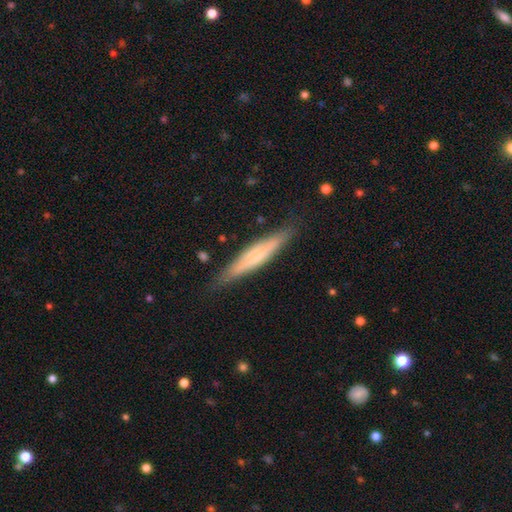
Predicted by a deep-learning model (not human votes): This appears to be a featured or disk galaxy (50%). Merging: none (84%).